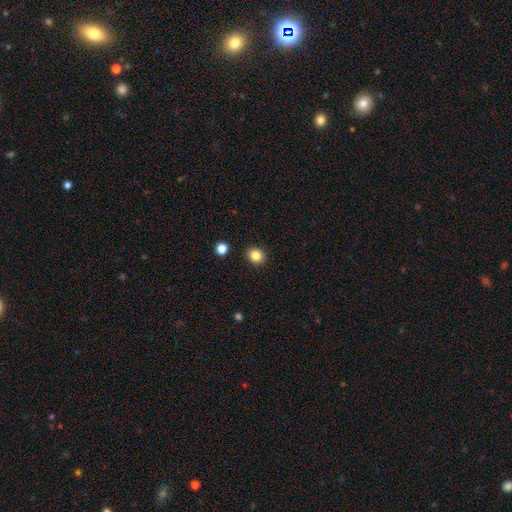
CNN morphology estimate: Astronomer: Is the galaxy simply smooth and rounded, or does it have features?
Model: smooth — 84%.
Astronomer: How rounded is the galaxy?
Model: round — 73%.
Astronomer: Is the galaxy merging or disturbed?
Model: none — 91%.